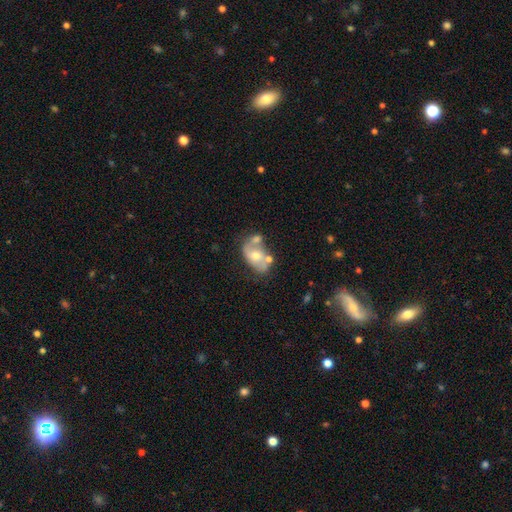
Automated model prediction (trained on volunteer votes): Overall: featured or disk (56%; smooth 37%). Edge-on disk: no (96%). Bar: no (69%). Spiral arms: yes (62%; no 38%). Bulge size: moderate (59%; small 34%). Merging: none (38%; merger 31%).